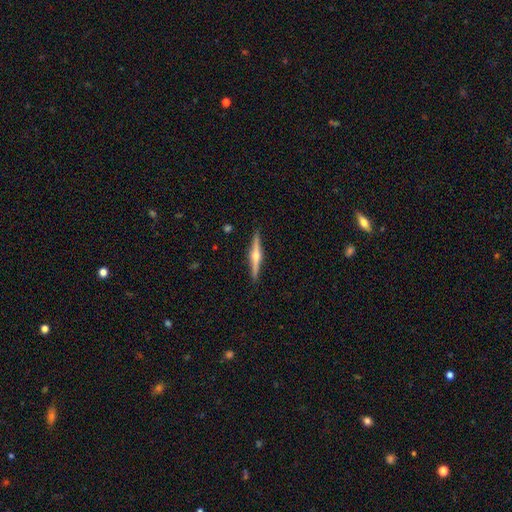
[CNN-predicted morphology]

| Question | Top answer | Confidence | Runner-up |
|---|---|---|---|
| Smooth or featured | featured or disk | 77% | smooth (18%) |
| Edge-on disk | yes | 98% | no (2%) |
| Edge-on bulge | rounded | 92% | boxy (4%) |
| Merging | none | 91% | minor disturbance (6%) |